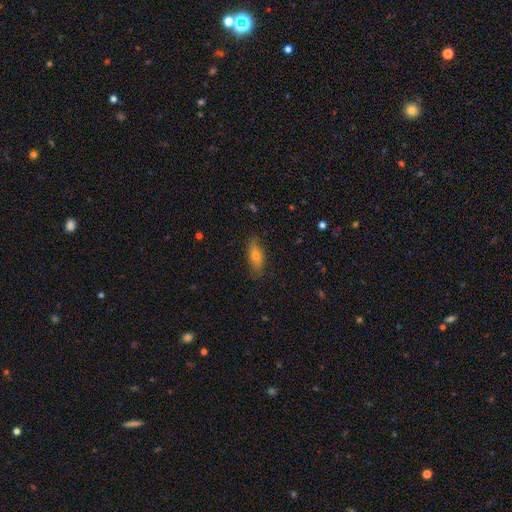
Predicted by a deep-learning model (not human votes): This appears to be a smooth galaxy with no disk features (60%) that is in between round and cigar-shaped (50%). Merging: none (84%).